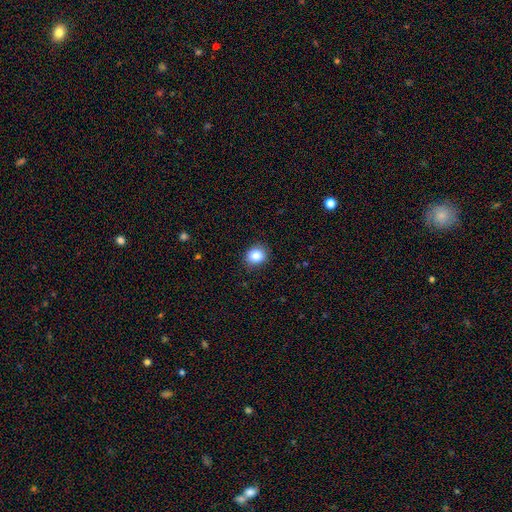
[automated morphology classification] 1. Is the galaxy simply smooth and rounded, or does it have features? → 85% smooth, 10% star or artifact, 5% featured or disk.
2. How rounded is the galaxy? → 69% round, 30% in between, 1% cigar-shaped.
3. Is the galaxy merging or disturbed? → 88% none, 9% minor disturbance, 2% major disturbance, 1% merger.